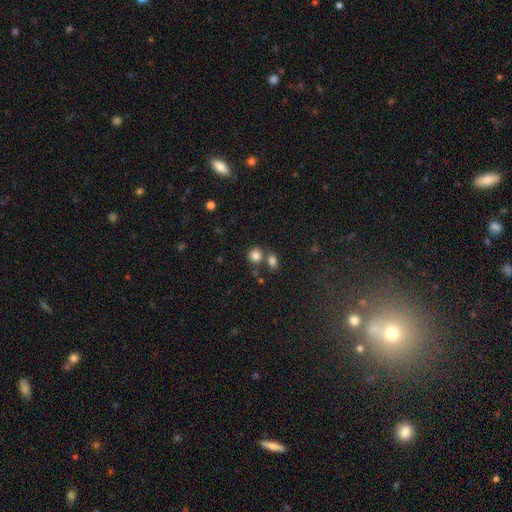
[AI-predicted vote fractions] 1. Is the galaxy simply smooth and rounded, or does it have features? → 83% smooth, 11% star or artifact, 6% featured or disk.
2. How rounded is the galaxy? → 75% round, 24% in between, 1% cigar-shaped.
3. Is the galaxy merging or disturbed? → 58% none, 29% merger, 9% minor disturbance, 4% major disturbance.